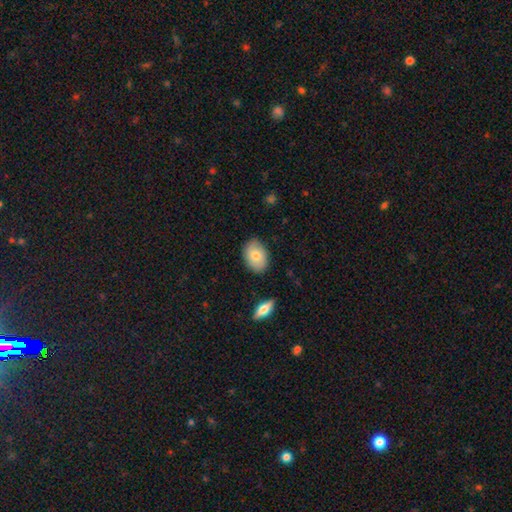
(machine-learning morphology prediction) Smooth or featured? Predicted: smooth (p=0.75). How rounded? Predicted: in between (p=0.85). Merging? Predicted: none (p=0.83).